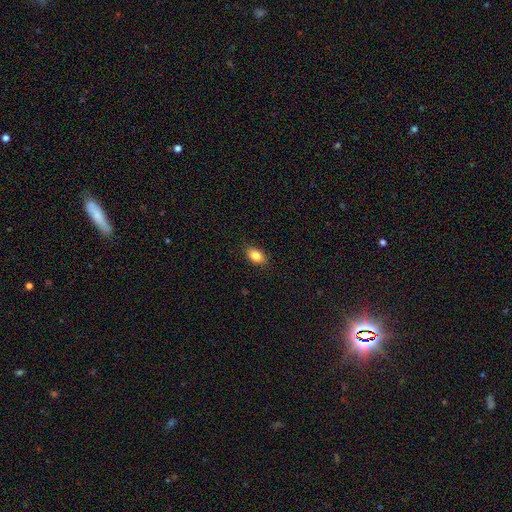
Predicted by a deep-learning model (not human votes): smooth-or-featured: smooth: 84% | star or artifact: 8% | featured or disk: 7%
  how-rounded: in between: 85% | round: 13% | cigar-shaped: 2%
  merging: none: 86% | minor disturbance: 10% | major disturbance: 2% | merger: 1%